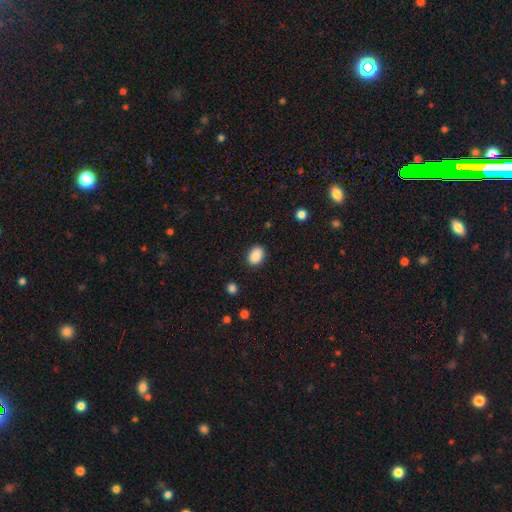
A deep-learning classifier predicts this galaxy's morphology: smooth_or_featured: smooth (p=0.89) [alt: star or artifact p=0.08]
how_rounded: in between (p=0.70) [alt: round p=0.29]
merging: none (p=0.87) [alt: minor disturbance p=0.09]